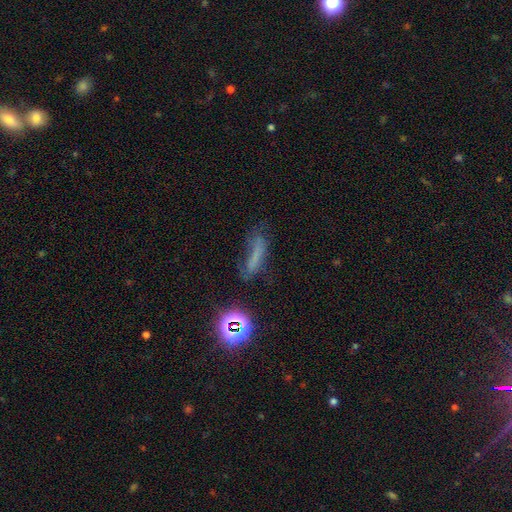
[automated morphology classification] A smooth galaxy with no disk features (49%).

Vote fractions:
- Smooth or featured? smooth: 49% / star or artifact: 27% / featured or disk: 24%
- Merging? none: 48% / minor disturbance: 26% / major disturbance: 21% / merger: 5%